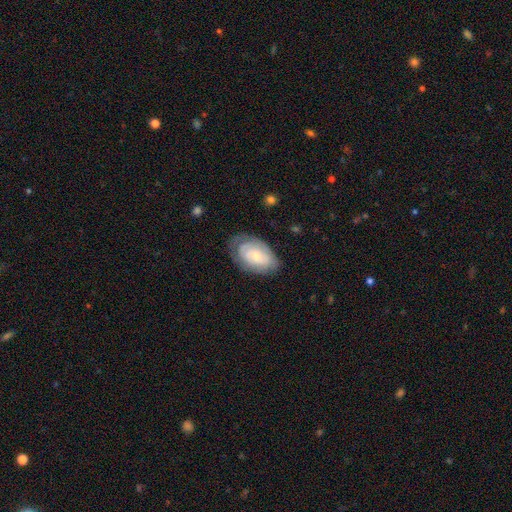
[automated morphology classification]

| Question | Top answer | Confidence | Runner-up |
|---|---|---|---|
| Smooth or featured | featured or disk | 55% | smooth (39%) |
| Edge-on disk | no | 95% | yes (5%) |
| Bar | no | 76% | weak (20%) |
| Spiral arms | yes | 72% | no (28%) |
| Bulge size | small | 67% | moderate (25%) |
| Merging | none | 62% | minor disturbance (25%) |